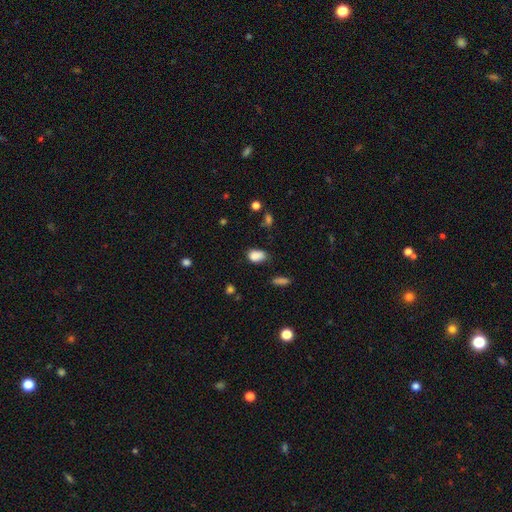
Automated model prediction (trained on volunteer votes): This appears to be a smooth galaxy with no disk features (85%) that is in between round and cigar-shaped (83%). Merging: none (60%).